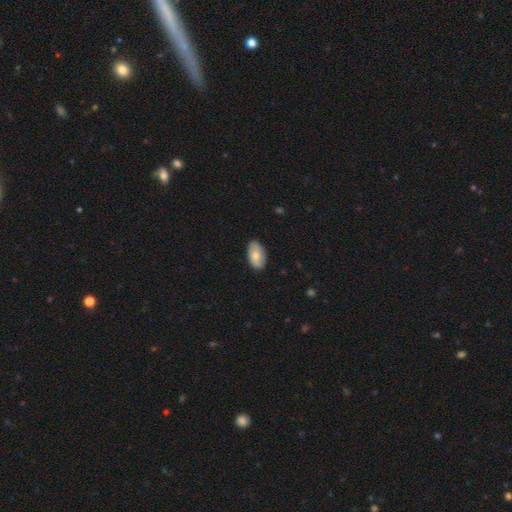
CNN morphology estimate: Smooth or featured: smooth — 74% (featured or disk — 20%)
How rounded: in between — 94% (round — 5%)
Merging: none — 84% (minor disturbance — 13%)